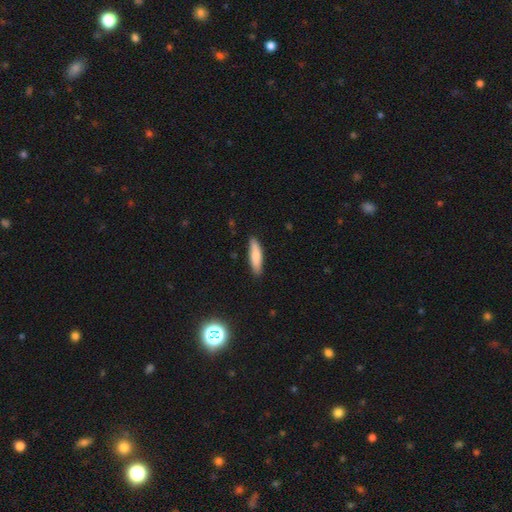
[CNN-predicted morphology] The model was most divided on "how rounded": cigar-shaped: 72%, in between: 26%, round: 1%. More confident: merging — none (87%); smooth or featured — smooth (80%).